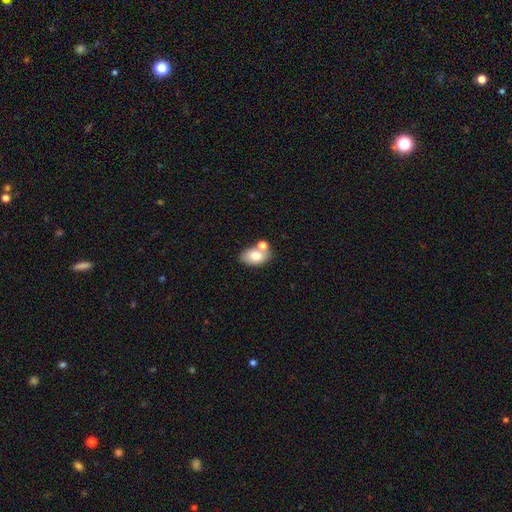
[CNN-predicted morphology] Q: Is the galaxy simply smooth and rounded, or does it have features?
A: smooth — 74%.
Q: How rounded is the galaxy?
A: in between — 86%.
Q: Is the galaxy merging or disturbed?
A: none — 53%.